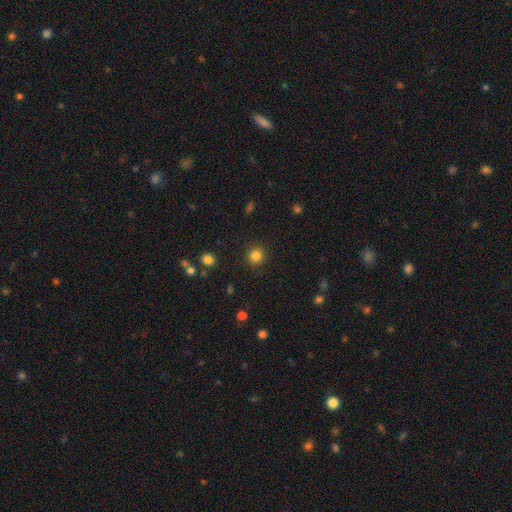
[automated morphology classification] Overall: smooth (83%). How rounded: round (92%). Merging: none (91%).